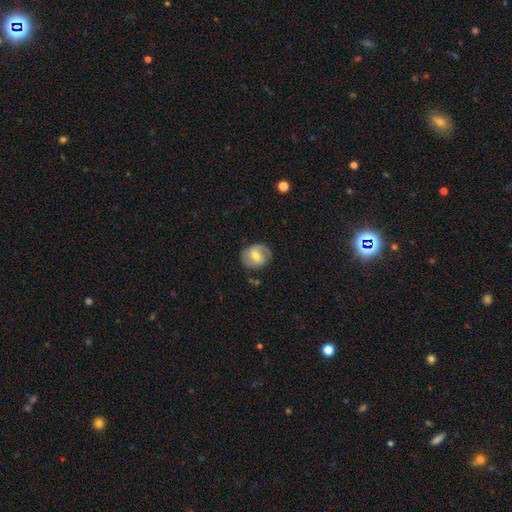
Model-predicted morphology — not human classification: type=featured or disk (56%); edge-on=no (96%); bar=weak (48%); spiral arms=yes (73%); bulge=moderate (63%); merging=none (75%).